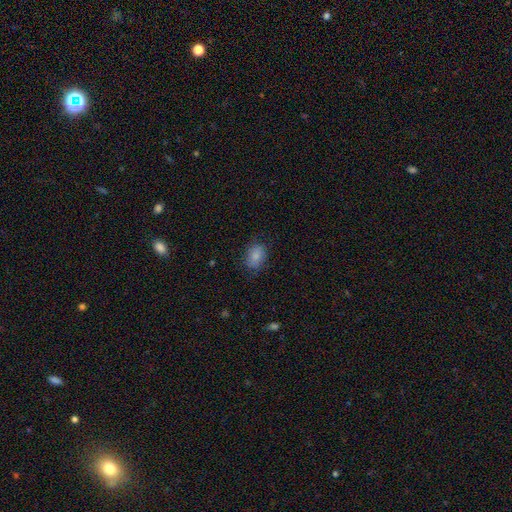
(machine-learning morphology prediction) smooth-or-featured: smooth: 84% | featured or disk: 8% | star or artifact: 8%
  how-rounded: in between: 77% | round: 21% | cigar-shaped: 1%
  merging: none: 77% | minor disturbance: 17% | major disturbance: 5% | merger: 1%